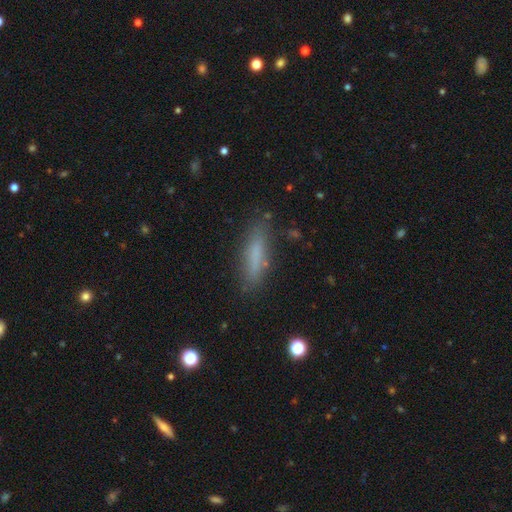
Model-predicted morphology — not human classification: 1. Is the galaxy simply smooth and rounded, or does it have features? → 72% smooth, 19% featured or disk, 9% star or artifact.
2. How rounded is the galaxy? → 76% cigar-shaped, 22% in between, 2% round.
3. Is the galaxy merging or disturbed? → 81% none, 13% minor disturbance, 4% major disturbance, 2% merger.